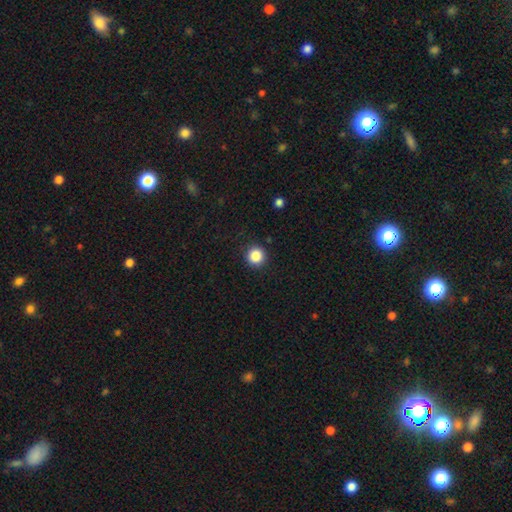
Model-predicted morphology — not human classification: Smooth or featured: smooth — 86% (star or artifact — 11%)
How rounded: round — 95% (in between — 4%)
Merging: none — 91% (minor disturbance — 6%)